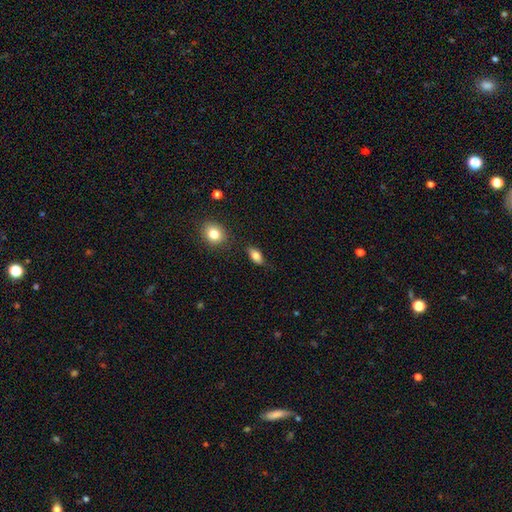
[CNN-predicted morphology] This is clearly a smooth galaxy (82%). How rounded: clearly in between (88%). Merging: likely none (79%).